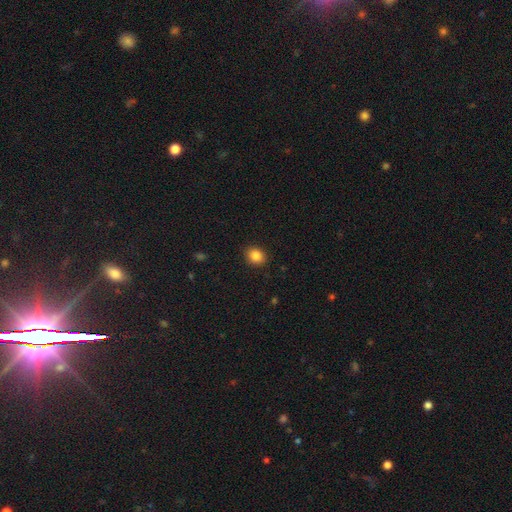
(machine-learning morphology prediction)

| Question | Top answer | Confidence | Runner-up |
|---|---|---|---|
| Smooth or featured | smooth | 86% | star or artifact (10%) |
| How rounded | round | 62% | in between (38%) |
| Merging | none | 90% | minor disturbance (7%) |